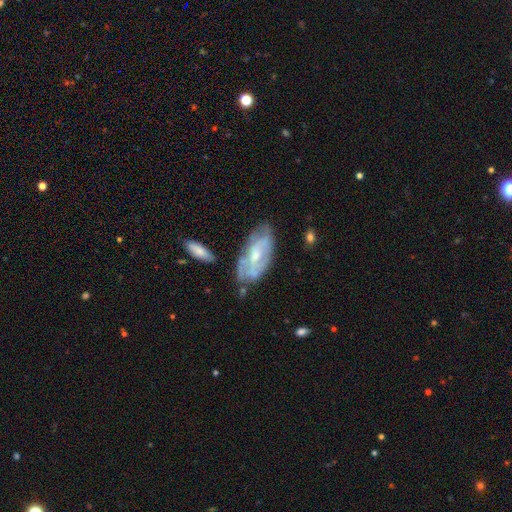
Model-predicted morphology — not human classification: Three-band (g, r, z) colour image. It shows a featured or disk galaxy (64%) with no bar (58%), spiral arms (58%) and a small central bulge (45%, tied with moderate). Merging: none (52%).